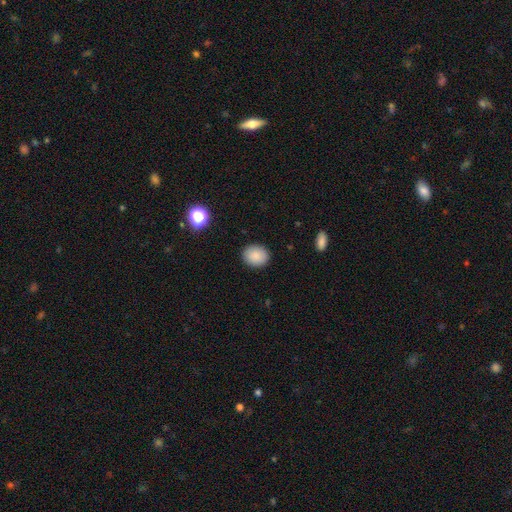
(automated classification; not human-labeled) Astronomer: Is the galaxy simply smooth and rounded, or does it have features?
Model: smooth — 88%.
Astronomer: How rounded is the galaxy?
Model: round — 63%.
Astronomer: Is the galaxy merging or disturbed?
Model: none — 90%.